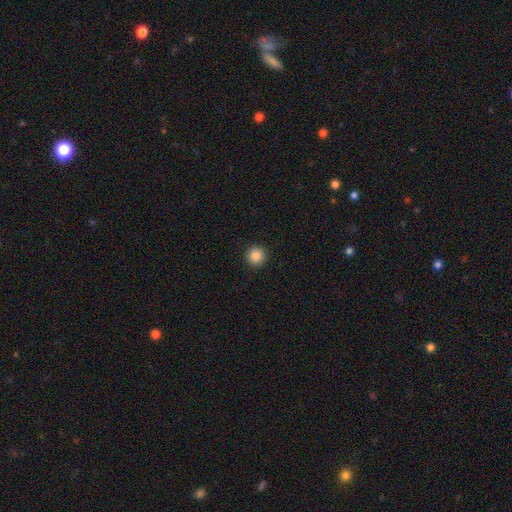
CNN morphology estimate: A smooth galaxy with no disk features (87%) that is round (96%).

Vote fractions:
- Smooth or featured? smooth: 87% / star or artifact: 10% / featured or disk: 3%
- How rounded? round: 96% / in between: 3% / cigar-shaped: 1%
- Merging? none: 93% / minor disturbance: 4% / major disturbance: 2% / merger: 1%